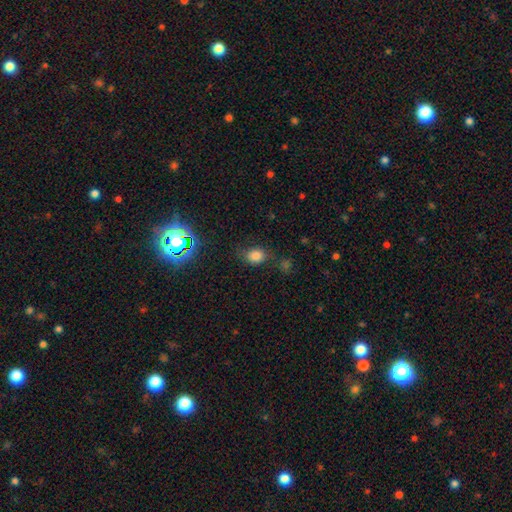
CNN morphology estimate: The model was most divided on "how rounded" (2-way tie): round: 49%, in between: 49%, cigar-shaped: 1%. More confident: smooth or featured — smooth (76%); merging — none (66%).